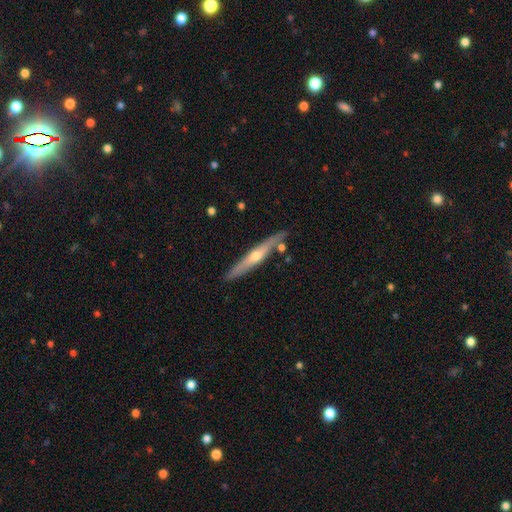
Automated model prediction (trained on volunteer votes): Smooth or featured: featured or disk — 67% (smooth — 27%)
Edge-on disk: yes — 94% (no — 6%)
Edge-on bulge: rounded — 83% (none — 14%)
Merging: none — 83% (minor disturbance — 11%)